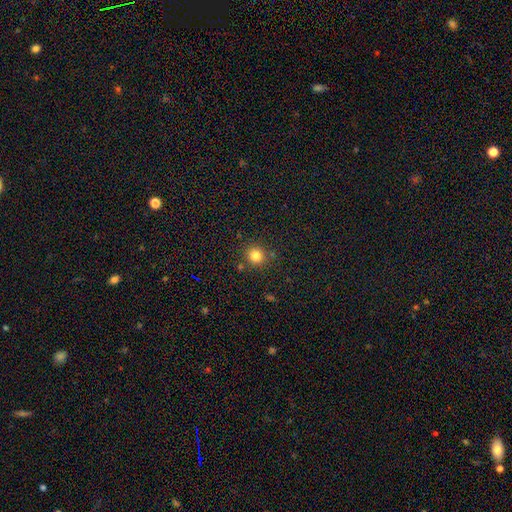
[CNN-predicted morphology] smooth-or-featured: smooth: 82% | star or artifact: 13% | featured or disk: 5%
  how-rounded: round: 92% | in between: 7% | cigar-shaped: 1%
  merging: none: 84% | minor disturbance: 8% | merger: 5% | major disturbance: 3%